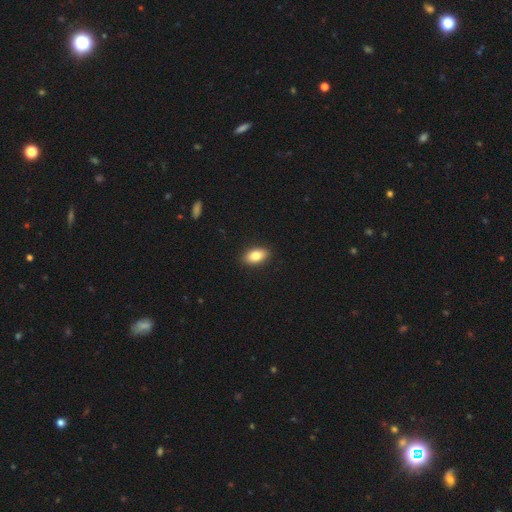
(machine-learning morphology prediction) Smooth or featured: smooth — 83% (featured or disk — 9%)
How rounded: in between — 90% (round — 6%)
Merging: none — 90% (minor disturbance — 7%)